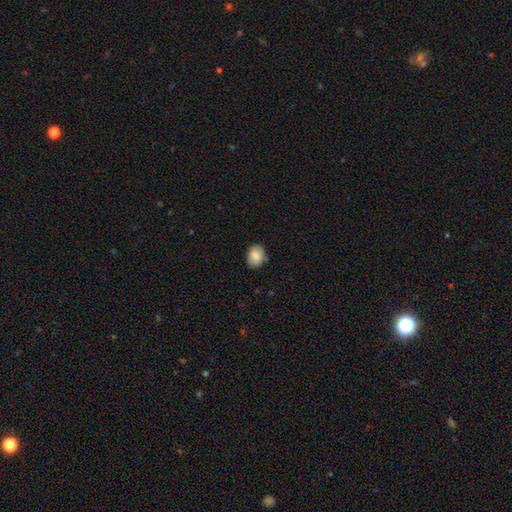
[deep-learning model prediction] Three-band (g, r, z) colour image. It shows a smooth galaxy with no disk features (84%) that is in between round and cigar-shaped (63%). Merging: none (84%).